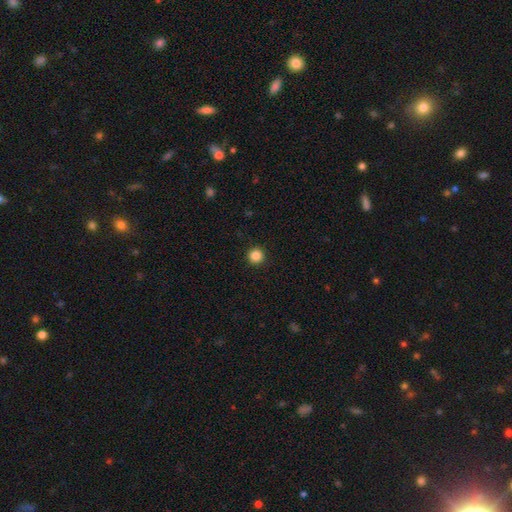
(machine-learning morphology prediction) This is clearly a smooth galaxy (86%). How rounded: clearly round (96%). Merging: clearly none (94%).